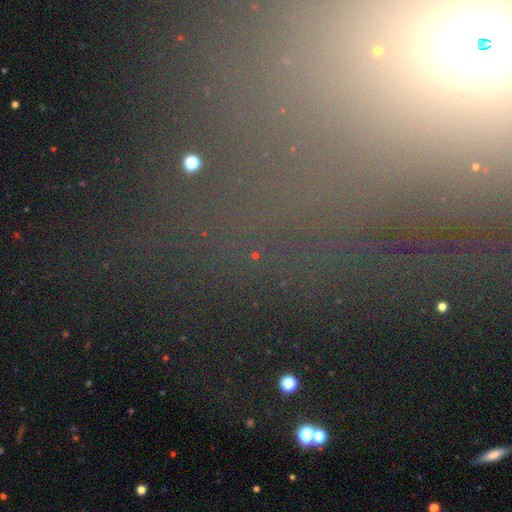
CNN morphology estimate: Smooth or featured? star or artifact (74%)